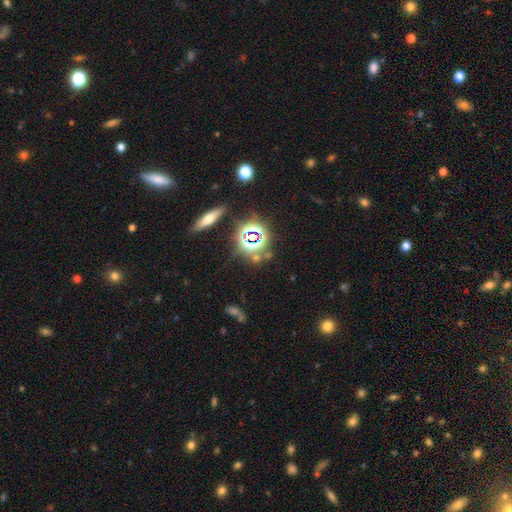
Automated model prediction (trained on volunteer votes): smooth-or-featured: star or artifact: 70% | smooth: 17% | featured or disk: 13%